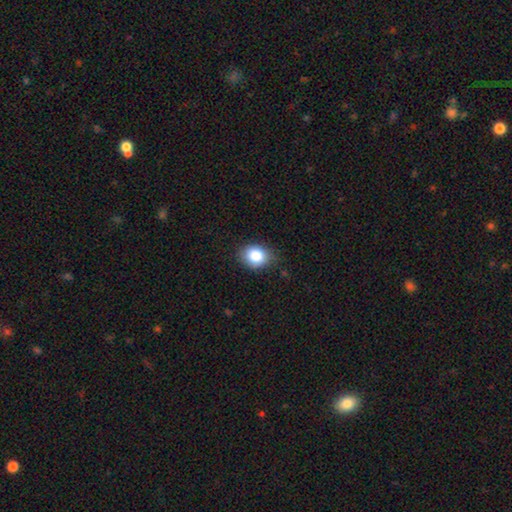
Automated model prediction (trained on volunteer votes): This is clearly a smooth galaxy (85%). How rounded: possibly in between (53%). Merging: likely none (79%).